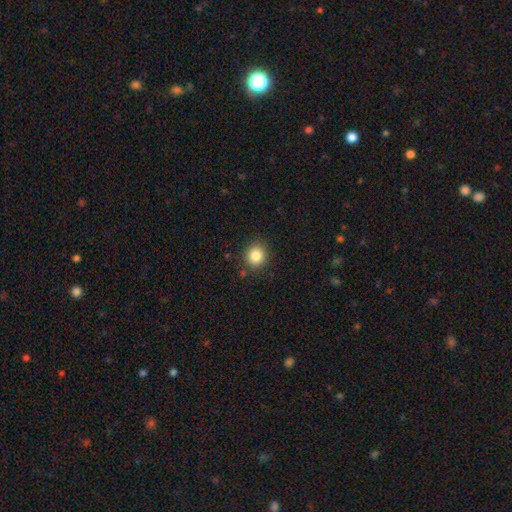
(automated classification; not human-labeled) This is clearly a smooth galaxy (84%). How rounded: clearly round (87%). Merging: clearly none (87%).